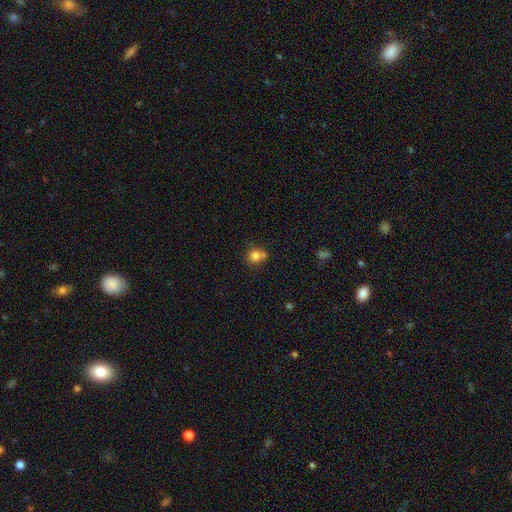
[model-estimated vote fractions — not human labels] Overall: smooth (79%). How rounded: round (86%). Merging: none (56%; merger 27%).